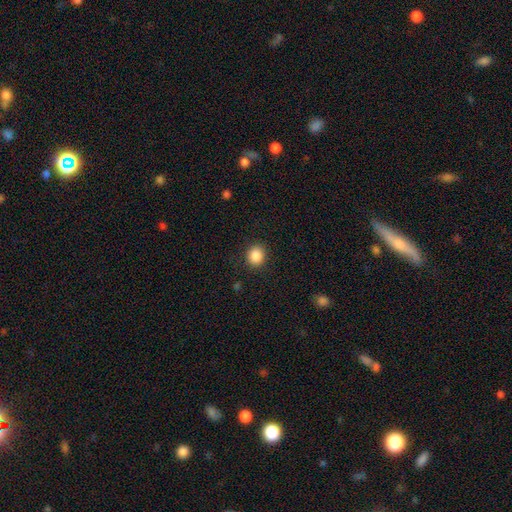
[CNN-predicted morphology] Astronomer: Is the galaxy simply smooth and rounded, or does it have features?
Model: smooth — 87%.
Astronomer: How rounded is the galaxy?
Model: round — 78%.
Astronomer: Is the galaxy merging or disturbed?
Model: none — 89%.